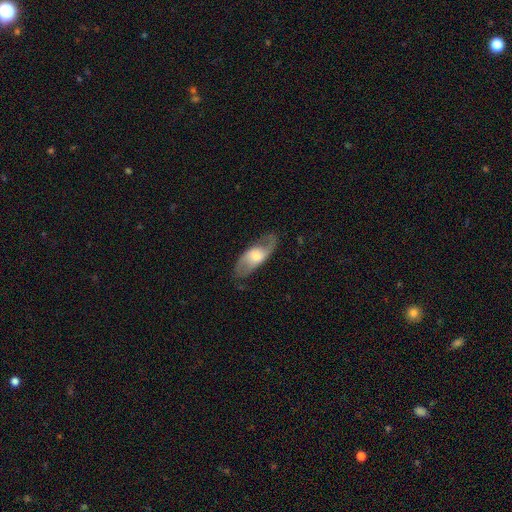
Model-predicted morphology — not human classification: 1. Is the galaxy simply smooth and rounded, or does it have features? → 66% featured or disk, 28% smooth, 6% star or artifact.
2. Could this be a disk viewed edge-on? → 85% no, 15% yes.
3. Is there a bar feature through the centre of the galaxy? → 54% no, 35% weak, 11% strong.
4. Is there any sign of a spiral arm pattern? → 83% yes, 17% no.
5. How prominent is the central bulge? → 55% moderate, 23% small, 17% large, 3% none, 2% dominant.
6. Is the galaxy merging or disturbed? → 74% none, 17% minor disturbance, 8% major disturbance, 1% merger.